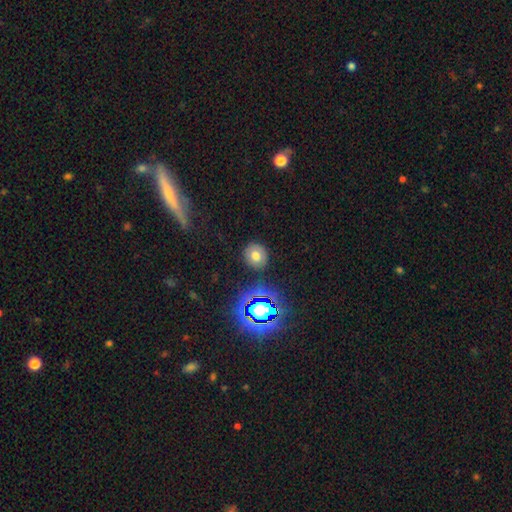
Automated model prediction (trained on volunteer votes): smooth 69%, star or artifact 18%, featured or disk 13%. Down the decision tree: how rounded — round (87%); merging — none (87%).